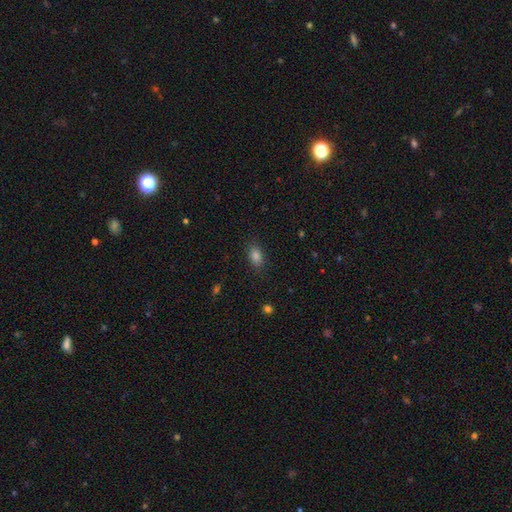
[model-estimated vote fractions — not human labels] A smooth galaxy with no disk features (81%) that is in between round and cigar-shaped (83%). Merging: none (85%).